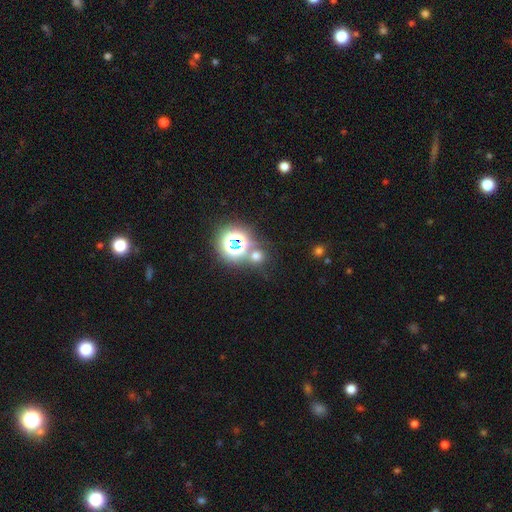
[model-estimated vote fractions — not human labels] Overall: smooth (52%; star or artifact 41%). How rounded: round (86%). Merging: none (70%).